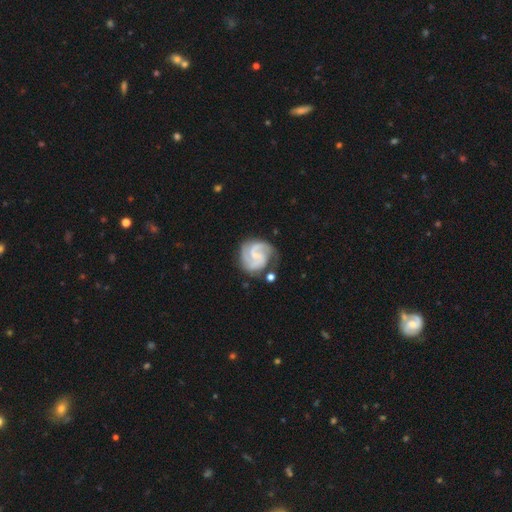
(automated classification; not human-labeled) Smooth or featured?
  - featured or disk: 87% *
  - smooth: 9%
  - star or artifact: 4%
Edge-on disk?
  - no: 98% *
  - yes: 2%
Bar?
  - weak: 48% *
  - no: 39%
  - strong: 13%
Spiral arms?
  - yes: 97% *
  - no: 3%
Spiral winding?
  - medium: 49% *
  - tight: 38%
  - loose: 13%
Spiral arm count?
  - 2: 64% *
  - 3: 20%
  - can't tell: 7%
  - 1: 3%
  - 4: 3%
  - more than 4: 2%
Bulge size?
  - small: 49% *
  - none: 33%
  - moderate: 16%
  - large: 2%
  - dominant: 1%
Merging?
  - none: 68% *
  - minor disturbance: 19%
  - major disturbance: 9%
  - merger: 4%